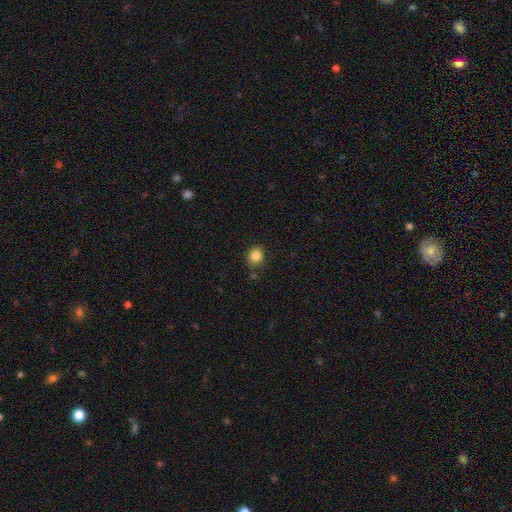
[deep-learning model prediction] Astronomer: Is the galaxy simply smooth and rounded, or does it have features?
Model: smooth — 85%.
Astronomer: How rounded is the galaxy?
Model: round — 72%.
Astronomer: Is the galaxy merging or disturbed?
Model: none — 82%.